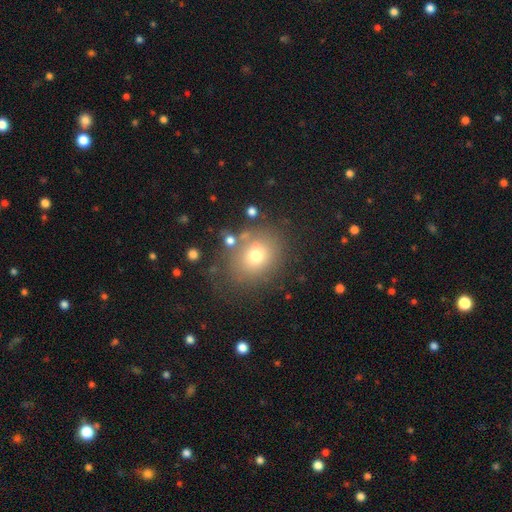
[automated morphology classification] Smooth or featured? Predicted: smooth (p=0.68). How rounded? Predicted: round (p=0.63). Merging? Predicted: none (p=0.76).